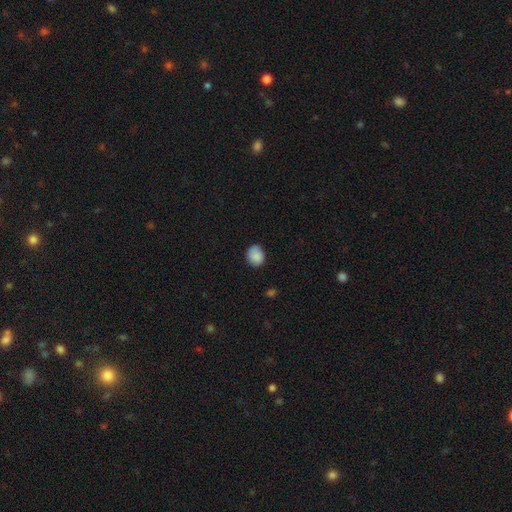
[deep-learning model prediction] Smooth or featured: smooth — 87% (star or artifact — 8%)
How rounded: round — 63% (in between — 36%)
Merging: none — 74% (minor disturbance — 20%)